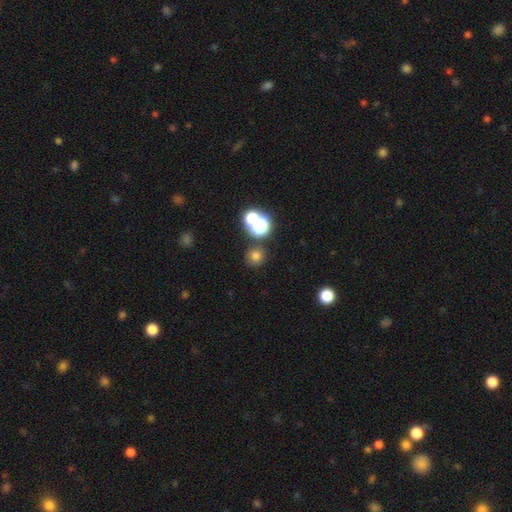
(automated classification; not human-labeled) Morphology: type=smooth (70%); roundness=round (91%); merging=none (79%).